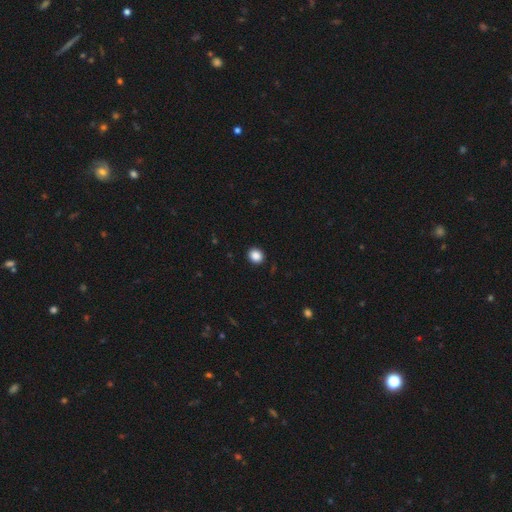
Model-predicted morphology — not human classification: Overall: smooth (88%). How rounded: round (74%). Merging: none (92%).